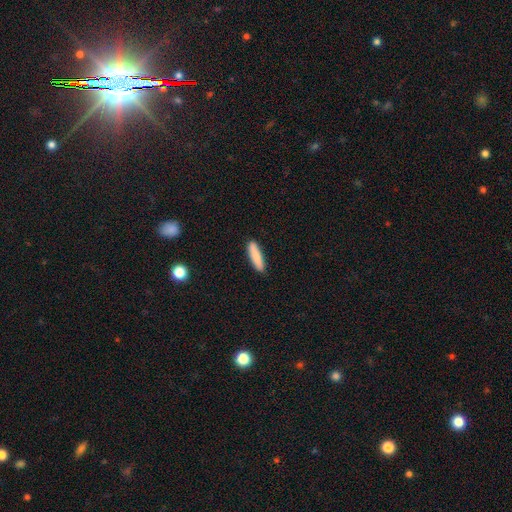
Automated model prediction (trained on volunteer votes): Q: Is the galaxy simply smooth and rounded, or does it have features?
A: smooth — 87%.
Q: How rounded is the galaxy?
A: cigar-shaped — 76%.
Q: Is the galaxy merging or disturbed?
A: none — 88%.